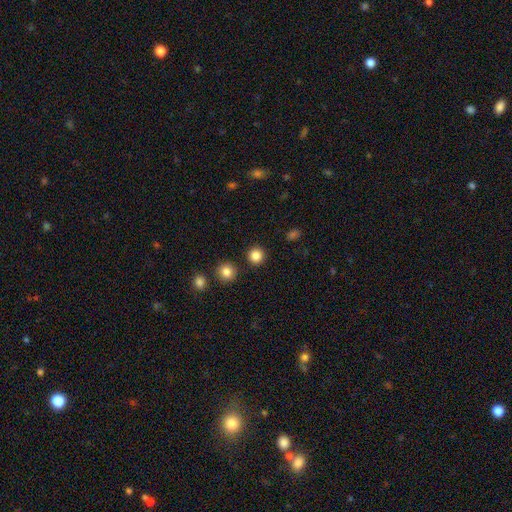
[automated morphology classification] A smooth galaxy with no disk features (85%) that is round (95%).

Vote fractions:
- Smooth or featured? smooth: 85% / star or artifact: 11% / featured or disk: 4%
- How rounded? round: 95% / in between: 4% / cigar-shaped: 1%
- Merging? none: 91% / minor disturbance: 5% / merger: 3% / major disturbance: 2%